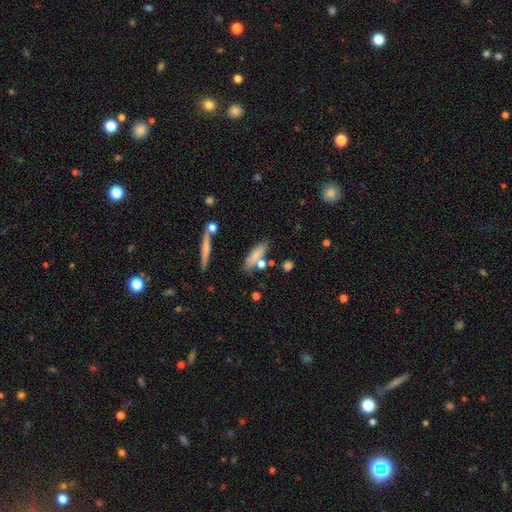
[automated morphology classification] Smooth or featured? Predicted: smooth (p=0.75). How rounded? Predicted: cigar-shaped (p=0.55). Merging? Predicted: none (p=0.65).